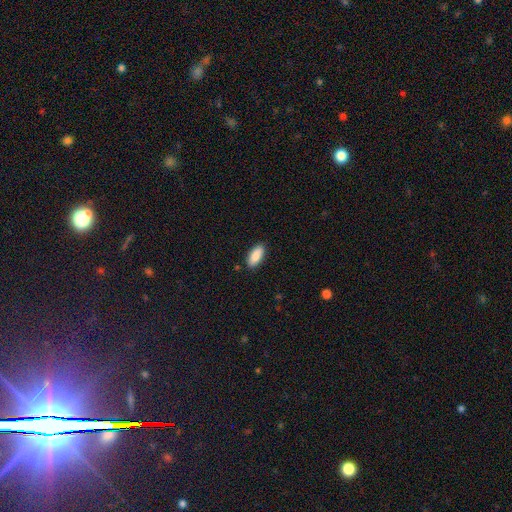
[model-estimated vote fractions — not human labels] smooth 87%, featured or disk 7%, star or artifact 6%. Down the decision tree: how rounded — in between (83%); merging — none (88%).